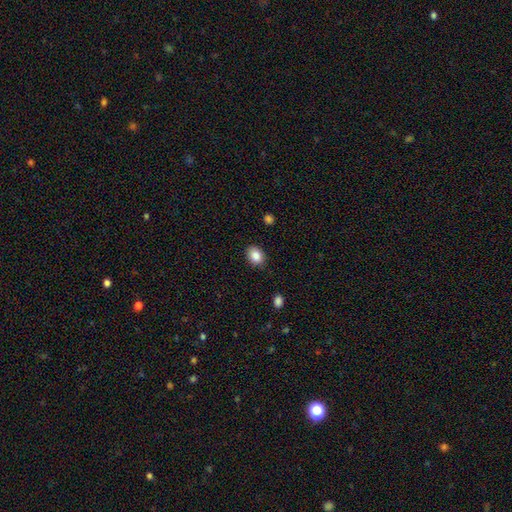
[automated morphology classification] smooth-or-featured: smooth: 87% | star or artifact: 8% | featured or disk: 5%
  how-rounded: in between: 62% | round: 37% | cigar-shaped: 1%
  merging: none: 86% | minor disturbance: 10% | major disturbance: 2% | merger: 1%